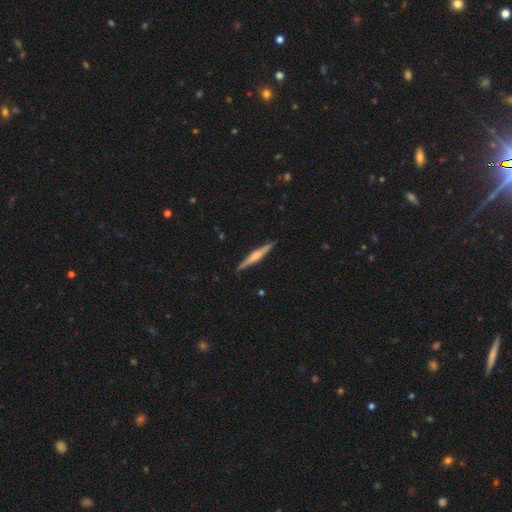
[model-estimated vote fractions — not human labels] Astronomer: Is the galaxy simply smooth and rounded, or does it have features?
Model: featured or disk — 62%.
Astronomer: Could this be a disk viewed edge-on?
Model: yes — 98%.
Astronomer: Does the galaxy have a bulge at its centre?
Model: rounded — 68%.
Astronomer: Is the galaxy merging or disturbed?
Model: none — 90%.